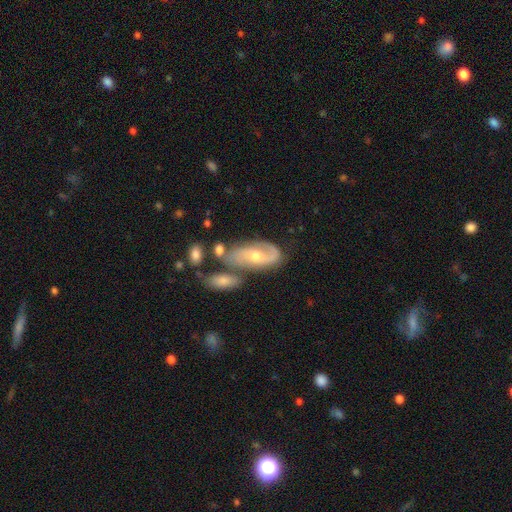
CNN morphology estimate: A featured or disk galaxy (68%) with no bar (60%), 2 (57%) medium (40%) spiral arms (85%) and a moderate central bulge (64%). Merging: none (47%).